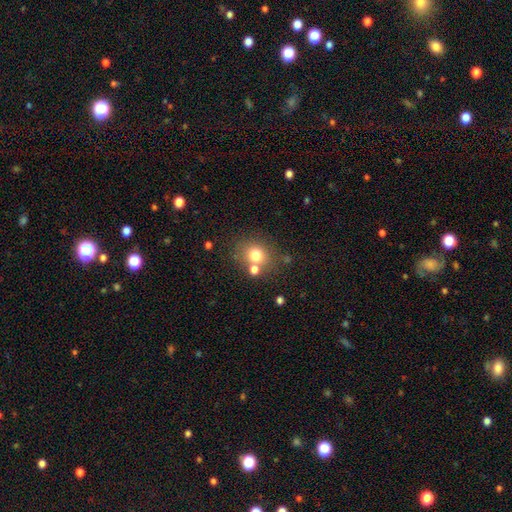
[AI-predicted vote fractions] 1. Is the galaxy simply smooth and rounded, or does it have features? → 74% smooth, 14% star or artifact, 11% featured or disk.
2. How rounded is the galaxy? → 74% round, 25% in between, 1% cigar-shaped.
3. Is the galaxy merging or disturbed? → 68% none, 17% merger, 11% minor disturbance, 4% major disturbance.